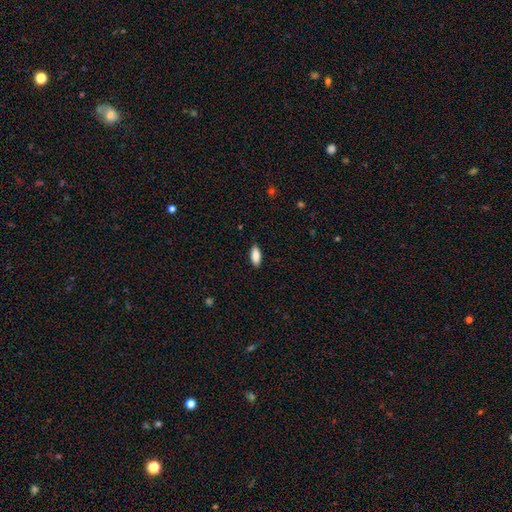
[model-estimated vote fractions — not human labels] Smooth or featured?
  - smooth: 87% *
  - featured or disk: 7%
  - star or artifact: 7%
How rounded?
  - in between: 85% *
  - cigar-shaped: 13%
  - round: 2%
Merging?
  - none: 88% *
  - minor disturbance: 9%
  - major disturbance: 2%
  - merger: 1%